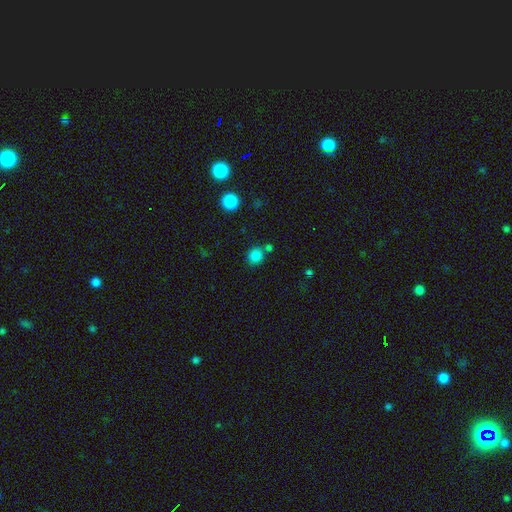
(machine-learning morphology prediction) This is clearly a smooth galaxy (84%). How rounded: clearly round (84%). Merging: likely none (73%).